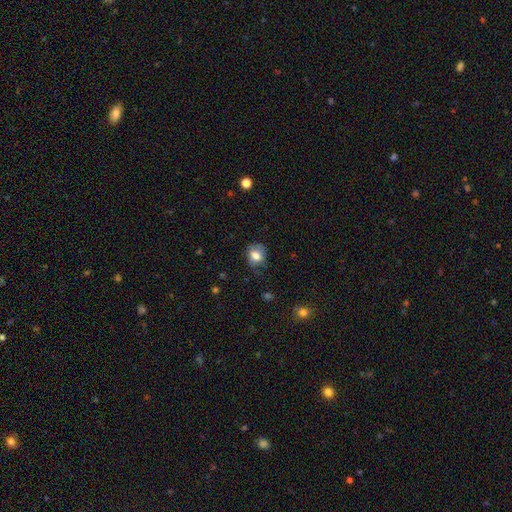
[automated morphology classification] Smooth or featured: smooth — 75% (featured or disk — 15%)
How rounded: round — 52% (in between — 47%)
Merging: none — 62% (minor disturbance — 27%)